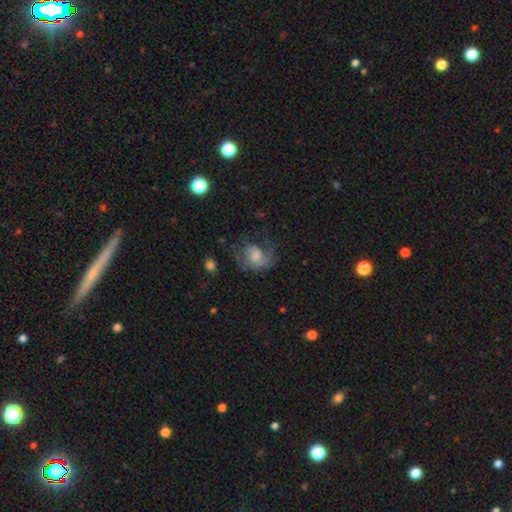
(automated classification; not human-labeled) This is likely a featured or disk galaxy (65%). It is clearly not viewed edge-on (97%). Bar: likely no (62%). Spiral arm pattern: clearly yes (88%). Spiral arm count: marginally 2 (43%). Spiral winding: possibly medium (46%). Central bulge: marginally moderate (41%). Merging: possibly none (52%).